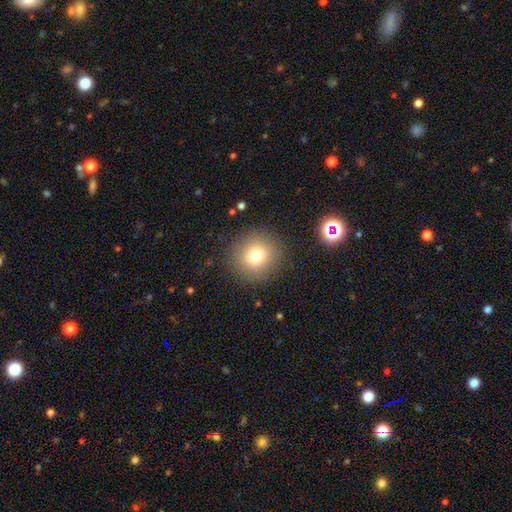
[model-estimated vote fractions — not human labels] smooth 75%, star or artifact 13%, featured or disk 12%. Down the decision tree: how rounded — round (94%); merging — none (88%).